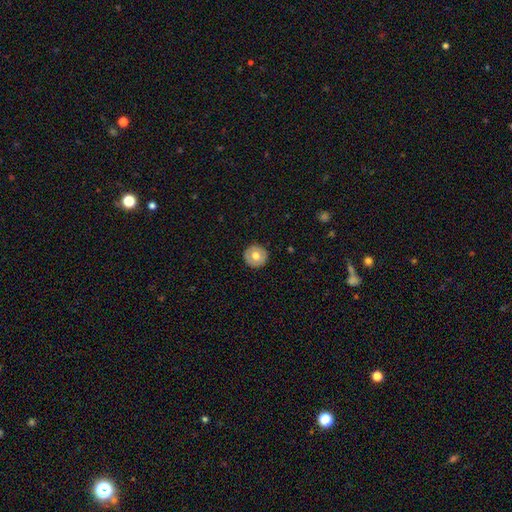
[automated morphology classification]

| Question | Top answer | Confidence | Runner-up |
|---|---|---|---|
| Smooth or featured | smooth | 64% | featured or disk (29%) |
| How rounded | round | 94% | in between (5%) |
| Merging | none | 90% | minor disturbance (7%) |